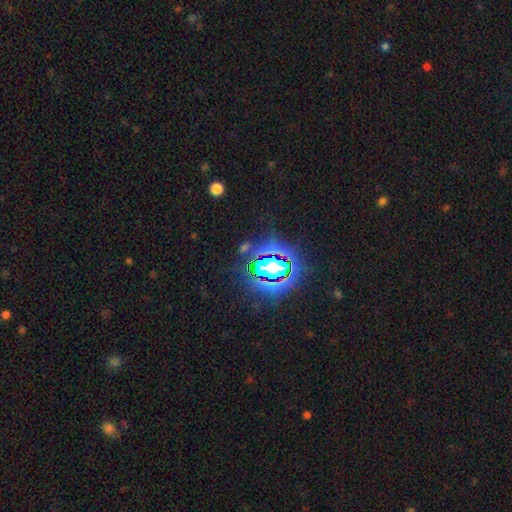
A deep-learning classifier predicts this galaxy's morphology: type=star or artifact (81%).